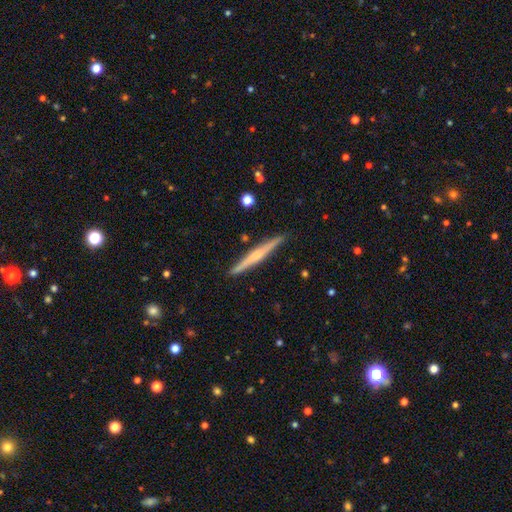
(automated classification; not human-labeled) Smooth or featured?
  - featured or disk: 62% *
  - smooth: 32%
  - star or artifact: 5%
Edge-on disk?
  - yes: 98% *
  - no: 2%
Edge-on bulge?
  - rounded: 57% *
  - none: 30%
  - boxy: 13%
Merging?
  - none: 90% *
  - minor disturbance: 7%
  - merger: 1%
  - major disturbance: 1%